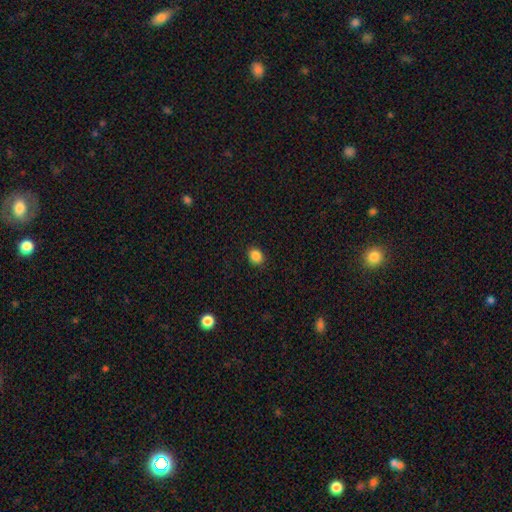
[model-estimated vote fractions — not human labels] A smooth galaxy with no disk features (87%) that is round (62%). Merging: none (90%).